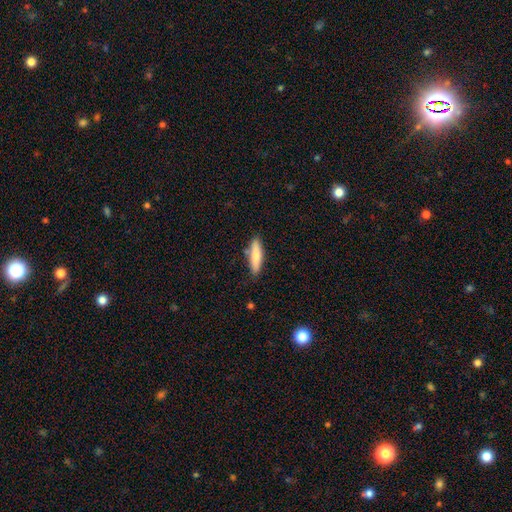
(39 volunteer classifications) Morphology: type=smooth (69%); roundness=cigar-shaped (74%); merging=none (63%).